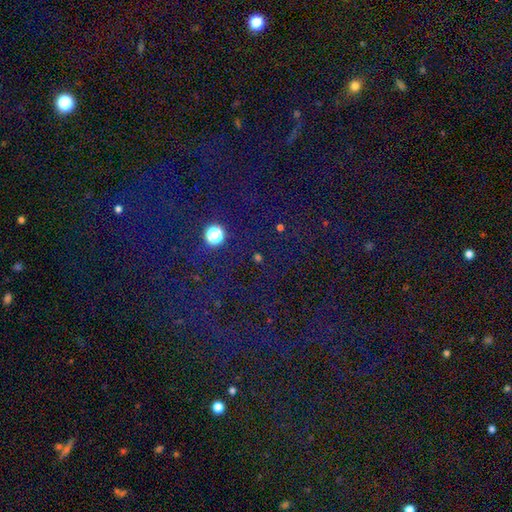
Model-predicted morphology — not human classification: Overall: star or artifact (77%).